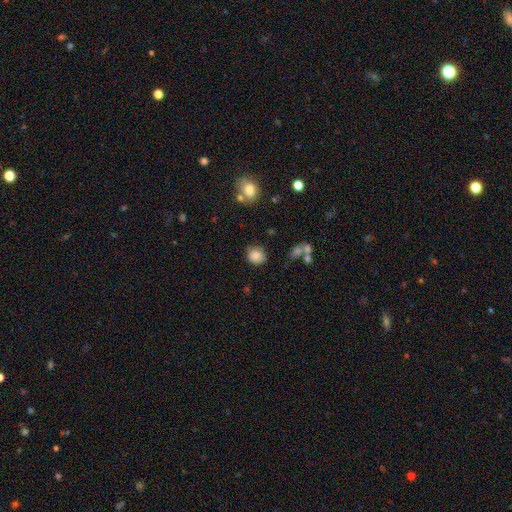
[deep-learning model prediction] smooth 84%, star or artifact 10%, featured or disk 6%. Down the decision tree: how rounded — round (81%); merging — none (81%).